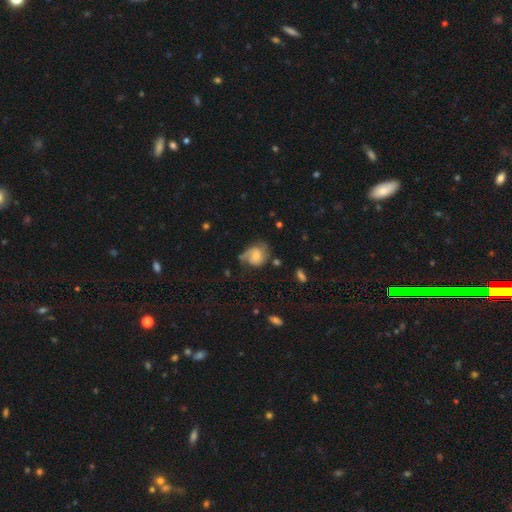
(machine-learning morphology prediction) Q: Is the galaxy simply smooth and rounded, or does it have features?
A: featured or disk — 59%.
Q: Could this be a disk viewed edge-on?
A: no — 97%.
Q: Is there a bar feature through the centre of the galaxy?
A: no — 67%.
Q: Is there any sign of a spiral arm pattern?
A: yes — 88%.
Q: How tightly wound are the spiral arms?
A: medium — 40%.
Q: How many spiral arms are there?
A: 2 — 45%.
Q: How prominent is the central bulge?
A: small — 46%.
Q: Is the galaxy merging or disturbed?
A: none — 47%.